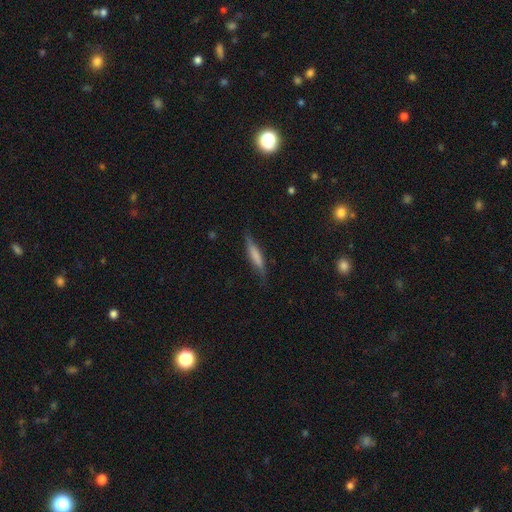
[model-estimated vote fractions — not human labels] A smooth galaxy with no disk features (60%) that is cigar-shaped (84%). Merging: none (73%).